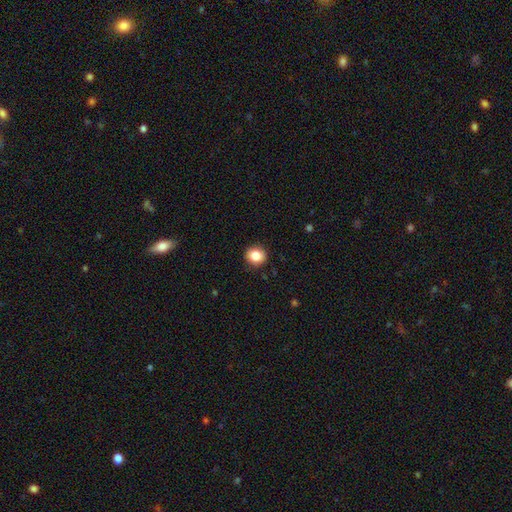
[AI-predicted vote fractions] Morphology: type=smooth (84%); roundness=round (83%); merging=none (90%).